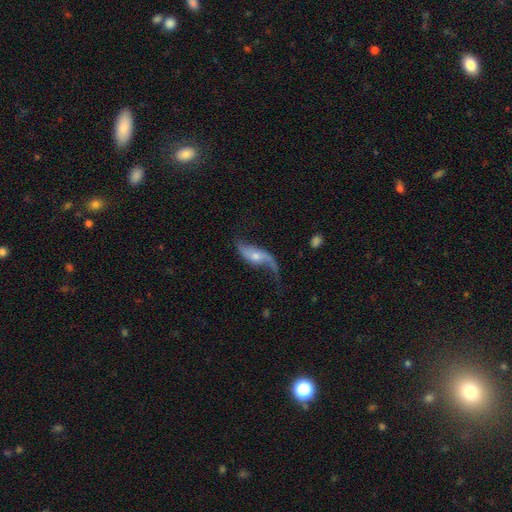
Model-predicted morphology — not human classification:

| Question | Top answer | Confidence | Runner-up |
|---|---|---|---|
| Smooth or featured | featured or disk | 81% | smooth (13%) |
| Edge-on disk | no | 89% | yes (11%) |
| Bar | no | 54% | weak (31%) |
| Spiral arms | yes | 92% | no (8%) |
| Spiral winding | loose | 91% | medium (7%) |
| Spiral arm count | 2 | 83% | 1 (12%) |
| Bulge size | moderate | 49% | small (39%) |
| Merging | none | 53% | minor disturbance (22%) |